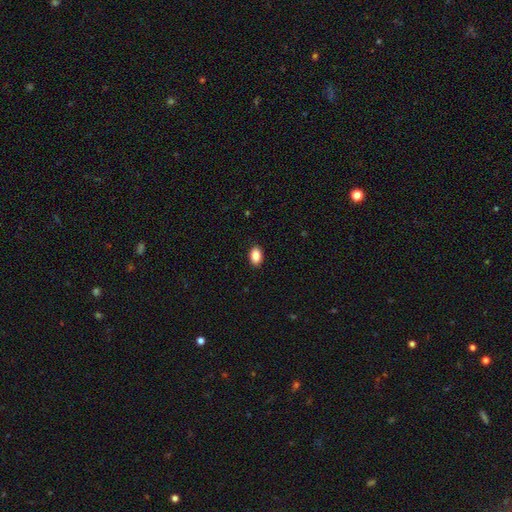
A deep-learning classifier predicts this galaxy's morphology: Q: Smooth or featured?
A: smooth (87%); runner-up: star or artifact (8%)
Q: How rounded?
A: in between (88%); runner-up: round (11%)
Q: Merging?
A: none (90%); runner-up: minor disturbance (7%)